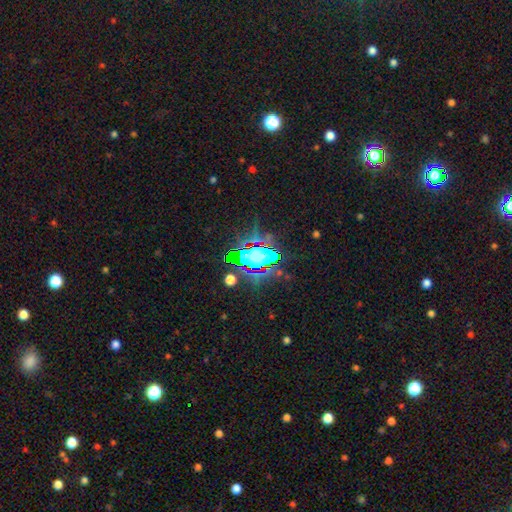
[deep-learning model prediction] A star or artifact, not a galaxy (56%).

Vote fractions:
- Smooth or featured? star or artifact: 56% / smooth: 25% / featured or disk: 19%